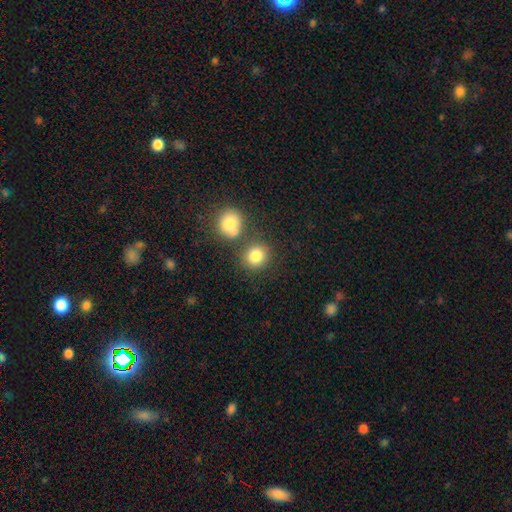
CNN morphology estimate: smooth 83%, star or artifact 11%, featured or disk 6%. Down the decision tree: how rounded — round (79%); merging — none (72%).